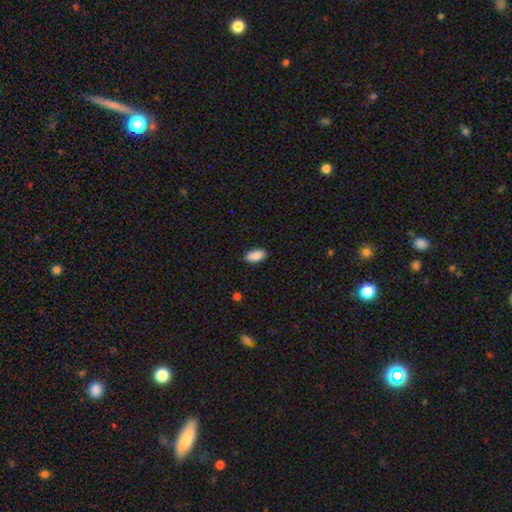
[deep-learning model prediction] Smooth or featured?
  - smooth: 90% *
  - star or artifact: 7%
  - featured or disk: 4%
How rounded?
  - in between: 93% *
  - cigar-shaped: 5%
  - round: 2%
Merging?
  - none: 88% *
  - minor disturbance: 9%
  - major disturbance: 2%
  - merger: 1%